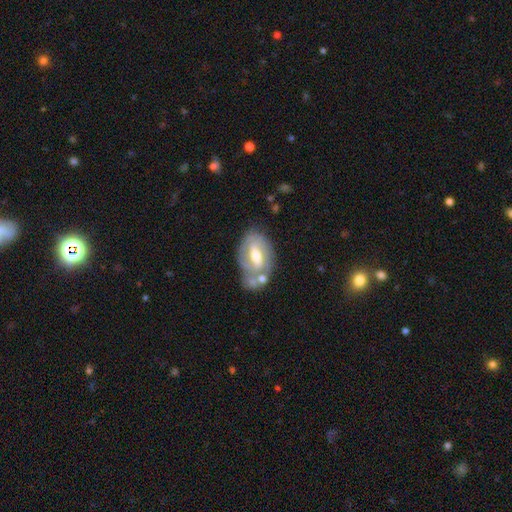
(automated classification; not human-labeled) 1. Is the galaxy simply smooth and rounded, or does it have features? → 69% featured or disk, 24% smooth, 6% star or artifact.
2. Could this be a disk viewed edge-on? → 93% no, 7% yes.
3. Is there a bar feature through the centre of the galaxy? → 48% weak, 33% strong, 19% no.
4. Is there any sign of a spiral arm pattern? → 72% yes, 28% no.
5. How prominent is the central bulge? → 66% moderate, 23% small, 8% large, 1% none, 1% dominant.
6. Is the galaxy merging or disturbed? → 54% none, 21% minor disturbance, 16% merger, 9% major disturbance.